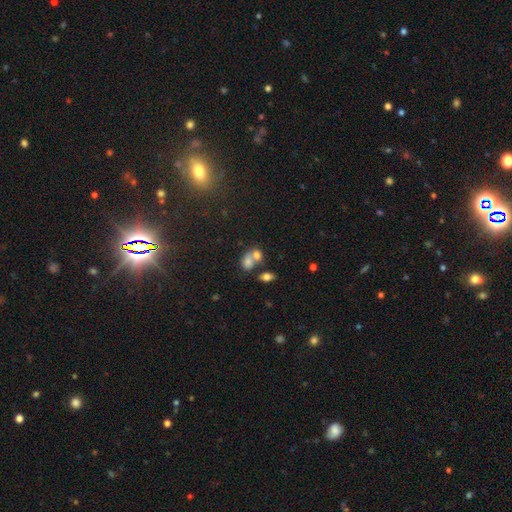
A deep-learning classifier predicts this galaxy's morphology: Smooth or featured? Predicted: star or artifact (p=0.58).